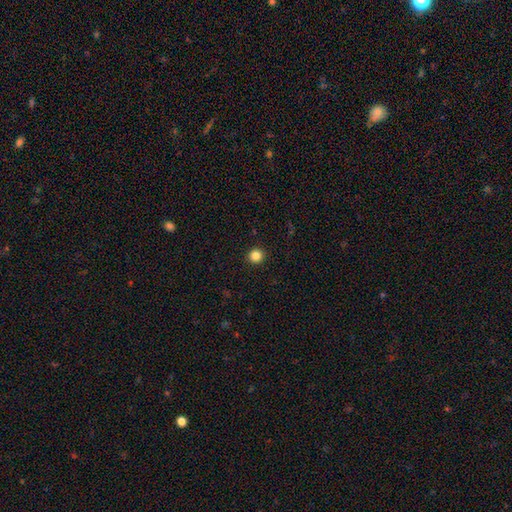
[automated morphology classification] smooth 84%, star or artifact 12%, featured or disk 4%. Down the decision tree: how rounded — round (94%); merging — none (93%).